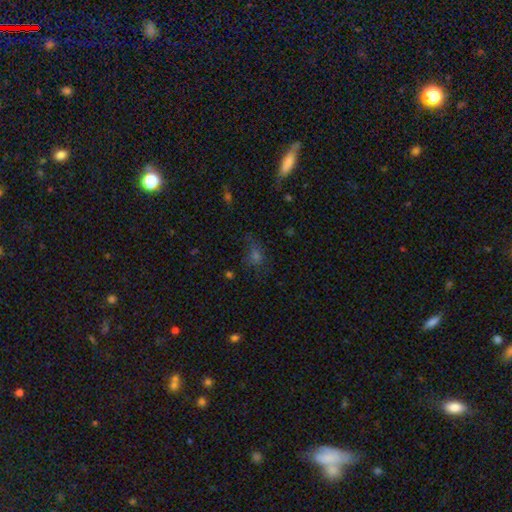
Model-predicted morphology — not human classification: Smooth or featured? Predicted: smooth (p=0.46). Merging? Predicted: none (p=0.58).